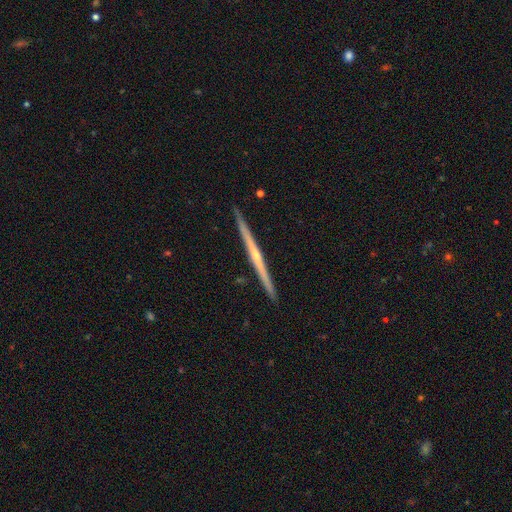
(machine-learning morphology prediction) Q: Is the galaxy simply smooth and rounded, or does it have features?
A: featured or disk — 80%.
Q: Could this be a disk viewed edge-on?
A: yes — 99%.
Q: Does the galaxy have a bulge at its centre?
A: rounded — 59%.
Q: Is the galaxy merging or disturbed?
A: none — 93%.